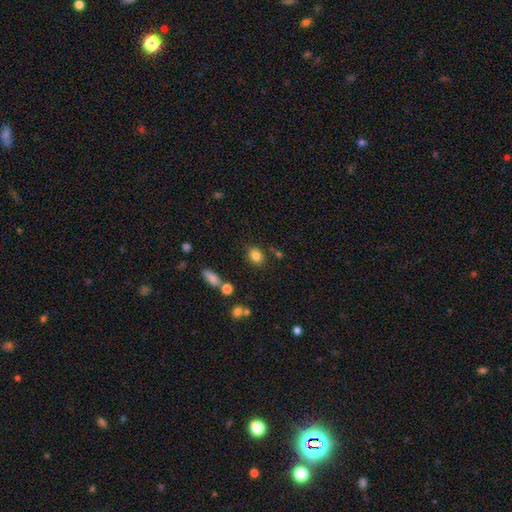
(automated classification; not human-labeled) Smooth or featured?
  - smooth: 82% *
  - star or artifact: 11%
  - featured or disk: 7%
How rounded?
  - in between: 51% *
  - round: 48%
  - cigar-shaped: 1%
Merging?
  - none: 80% *
  - minor disturbance: 11%
  - merger: 5%
  - major disturbance: 3%